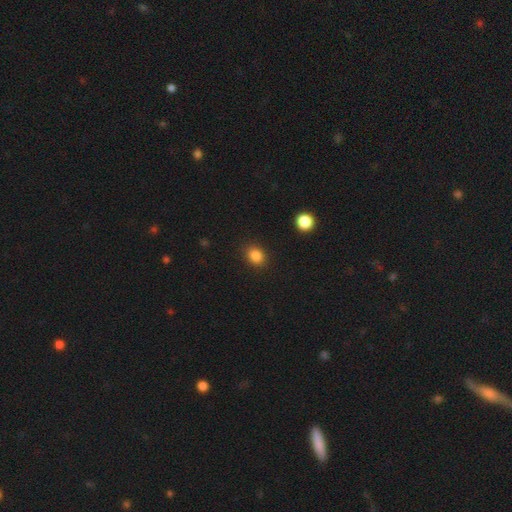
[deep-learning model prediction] A smooth galaxy with no disk features (85%) that is round (52%). Merging: none (89%).